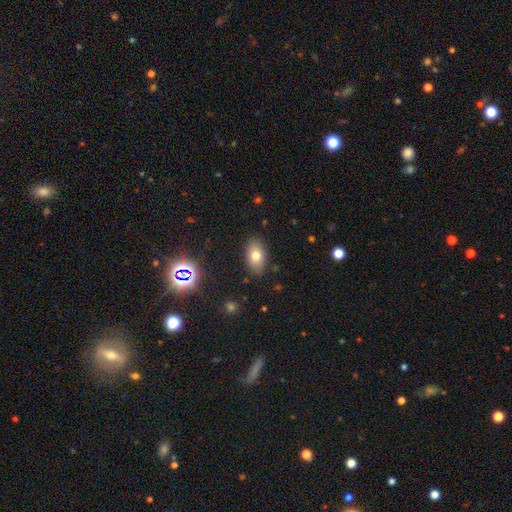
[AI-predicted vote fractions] Q: Smooth or featured?
A: smooth (75%); runner-up: featured or disk (14%)
Q: How rounded?
A: in between (90%); runner-up: round (7%)
Q: Merging?
A: none (86%); runner-up: minor disturbance (10%)